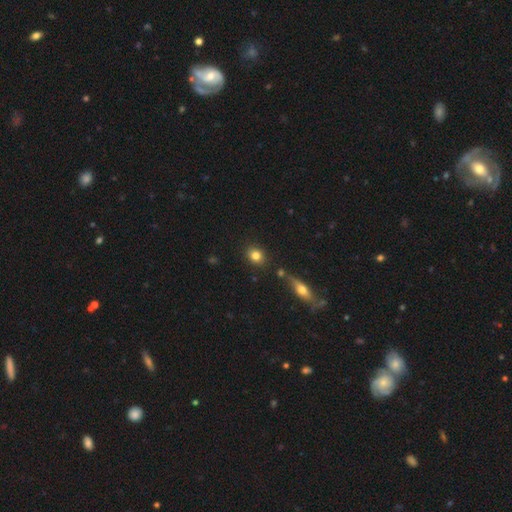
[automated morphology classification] This is clearly a smooth galaxy (81%). How rounded: possibly round (59%). Merging: clearly none (82%).